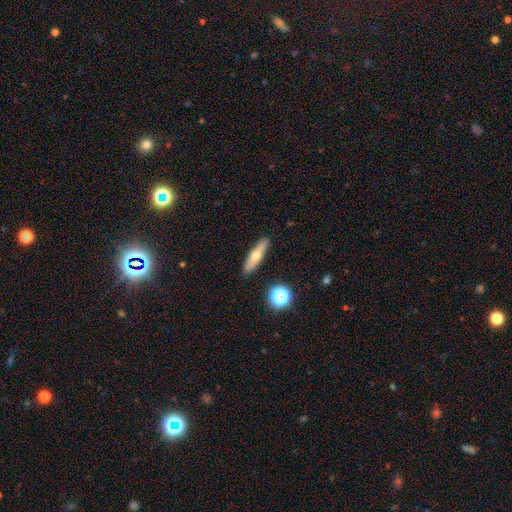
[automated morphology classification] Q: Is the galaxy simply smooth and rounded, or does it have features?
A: smooth — 56%.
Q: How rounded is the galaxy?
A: cigar-shaped — 72%.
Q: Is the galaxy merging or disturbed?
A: none — 90%.